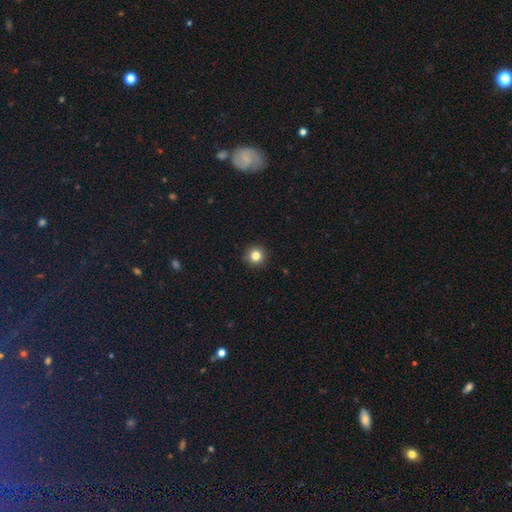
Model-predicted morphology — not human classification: Overall: smooth (83%). How rounded: round (96%). Merging: none (93%).